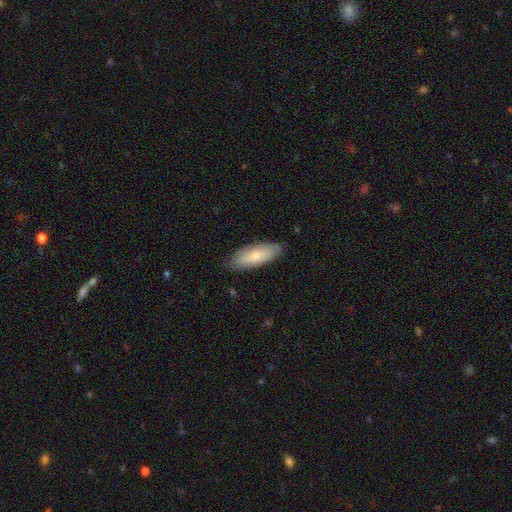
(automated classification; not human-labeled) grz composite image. It shows a smooth galaxy with no disk features (73%) that is in between round and cigar-shaped (68%). Merging: none (83%).